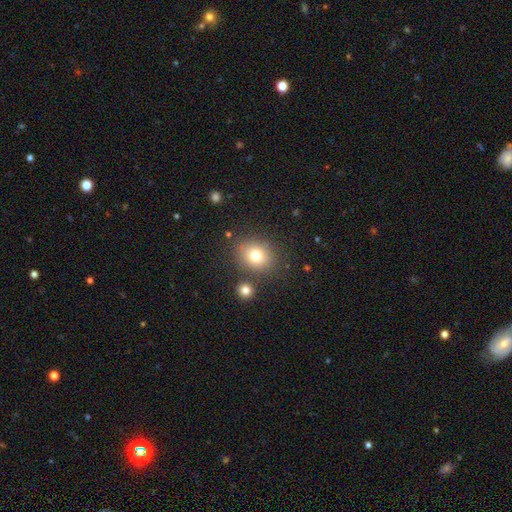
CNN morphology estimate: A smooth galaxy with no disk features (77%) that is round (65%). Merging: none (79%).